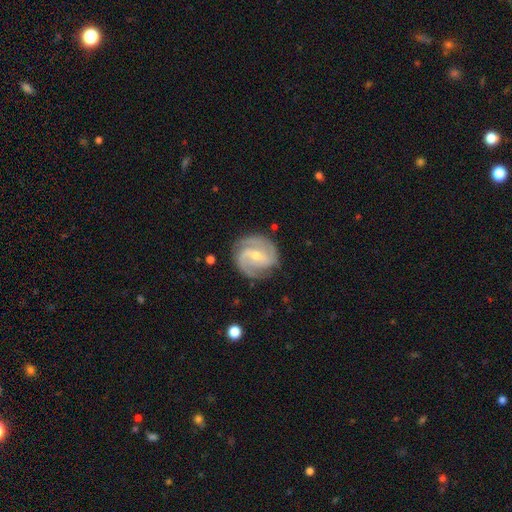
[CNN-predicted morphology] This appears to be a featured or disk galaxy (89%) with a weak bar (50%), 2 (66%) medium (46%) spiral arms (98%) and a small central bulge (54%). Merging: none (80%).